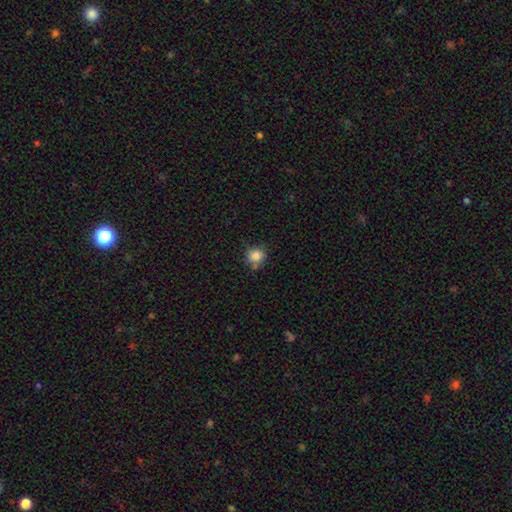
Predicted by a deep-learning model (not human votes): smooth_or_featured: smooth (p=0.85) [alt: star or artifact p=0.11]
how_rounded: round (p=0.85) [alt: in between p=0.14]
merging: none (p=0.69) [alt: minor disturbance p=0.19]